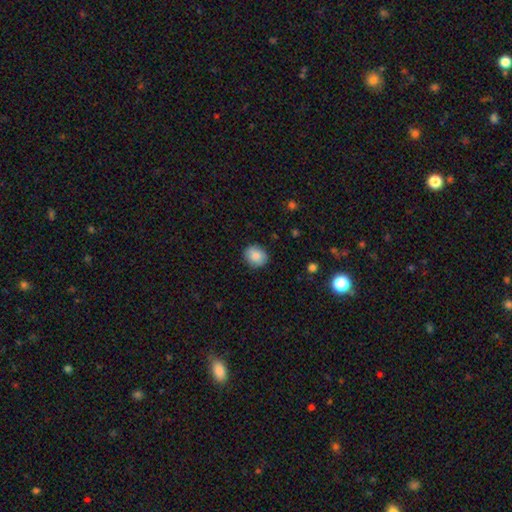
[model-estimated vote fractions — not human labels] A smooth galaxy with no disk features (86%) that is round (70%). Merging: none (88%).